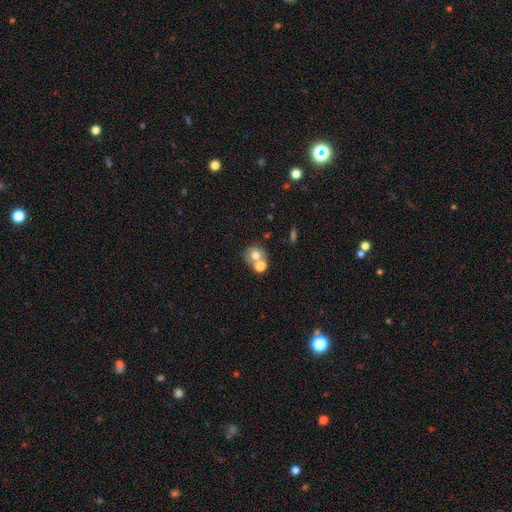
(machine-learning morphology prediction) Smooth or featured: smooth — 66% (featured or disk — 23%)
How rounded: round — 76% (in between — 23%)
Merging: merger — 48% (none — 40%)